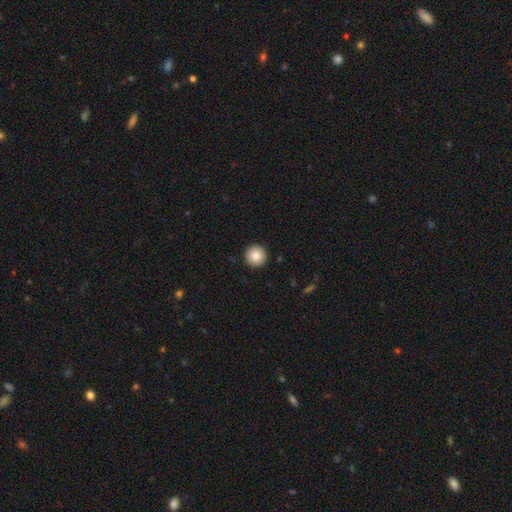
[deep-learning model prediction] Smooth or featured: smooth — 83% (star or artifact — 9%)
How rounded: round — 96% (in between — 3%)
Merging: none — 93% (minor disturbance — 4%)